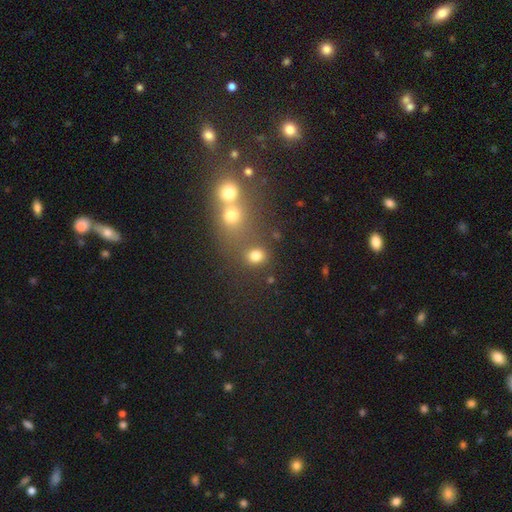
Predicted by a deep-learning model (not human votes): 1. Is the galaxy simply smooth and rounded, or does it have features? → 77% smooth, 16% star or artifact, 7% featured or disk.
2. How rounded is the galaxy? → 72% round, 27% in between, 1% cigar-shaped.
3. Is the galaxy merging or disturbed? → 56% none, 30% merger, 9% minor disturbance, 5% major disturbance.